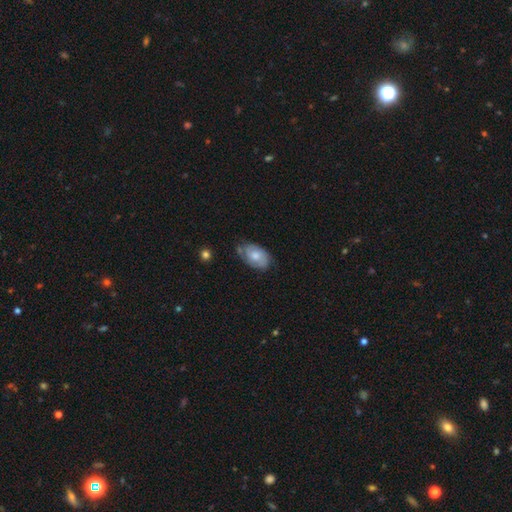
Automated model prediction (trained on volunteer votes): Q: Smooth or featured?
A: smooth (49%); runner-up: featured or disk (44%)
Q: Merging?
A: none (63%); runner-up: minor disturbance (28%)